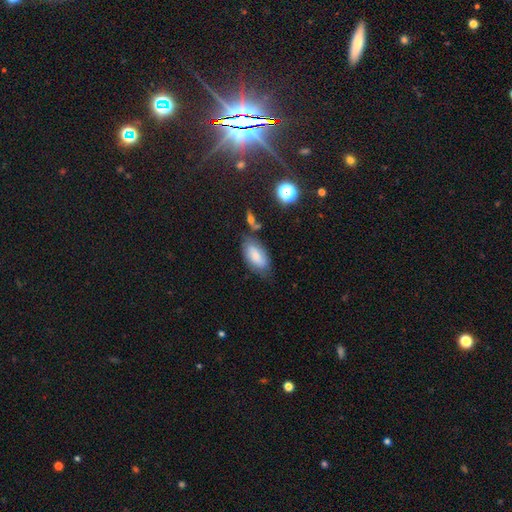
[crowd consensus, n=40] This is likely a smooth galaxy (60%). How rounded: clearly in between (88%). Merging: likely none (69%).